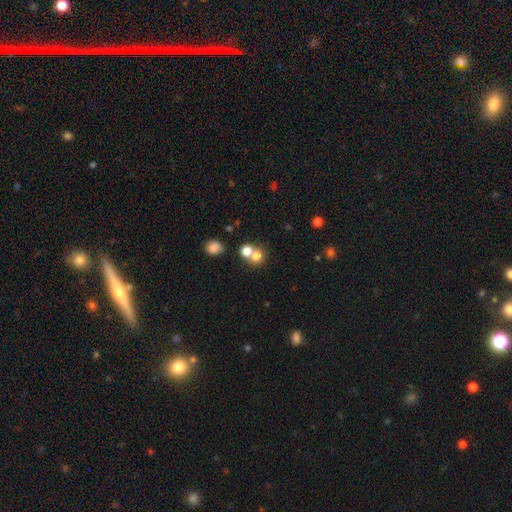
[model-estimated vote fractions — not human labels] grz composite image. It shows a smooth galaxy with no disk features (75%) that is round (81%). Merging: merger (47%).